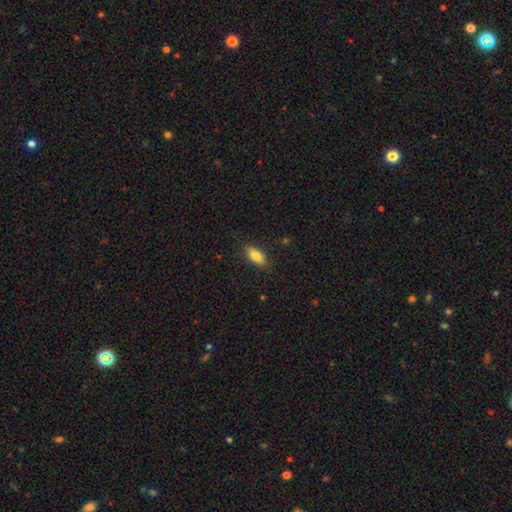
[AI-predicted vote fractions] This appears to be a smooth galaxy with no disk features (81%) that is in between round and cigar-shaped (82%). Merging: none (87%).